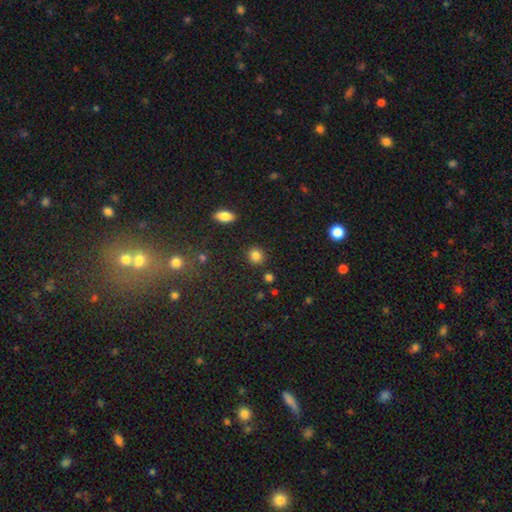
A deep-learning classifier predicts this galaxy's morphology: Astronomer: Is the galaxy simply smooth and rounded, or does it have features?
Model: smooth — 84%.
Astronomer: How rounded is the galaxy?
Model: round — 82%.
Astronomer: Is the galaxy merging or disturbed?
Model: none — 88%.